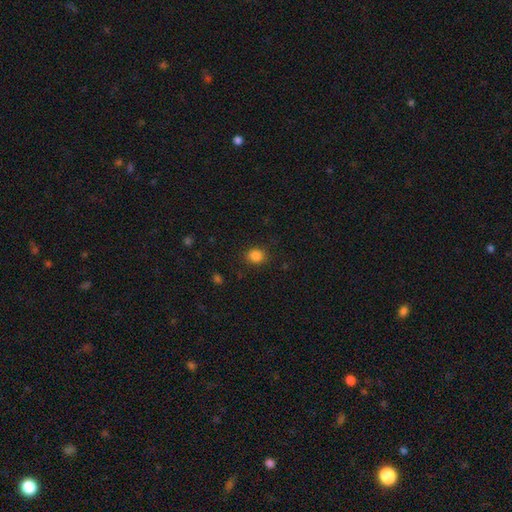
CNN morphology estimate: type=smooth (85%); roundness=round (75%); merging=none (88%).